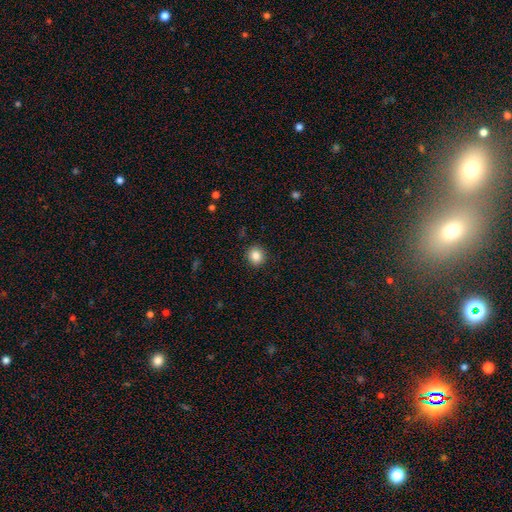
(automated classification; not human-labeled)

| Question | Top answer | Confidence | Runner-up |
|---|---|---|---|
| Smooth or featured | smooth | 86% | star or artifact (10%) |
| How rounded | round | 84% | in between (15%) |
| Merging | none | 91% | minor disturbance (6%) |